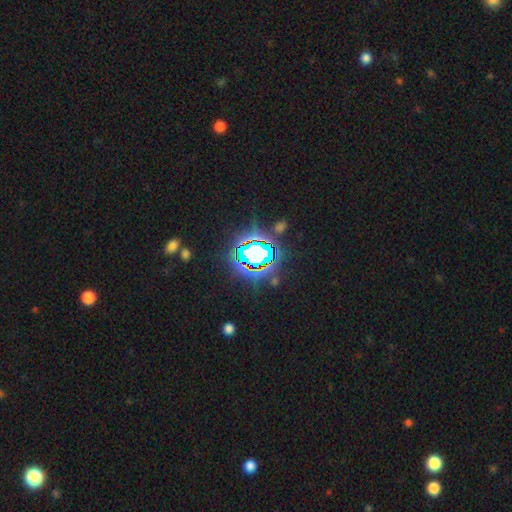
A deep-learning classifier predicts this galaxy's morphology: This is likely a star or artifact rather than a galaxy (72%).